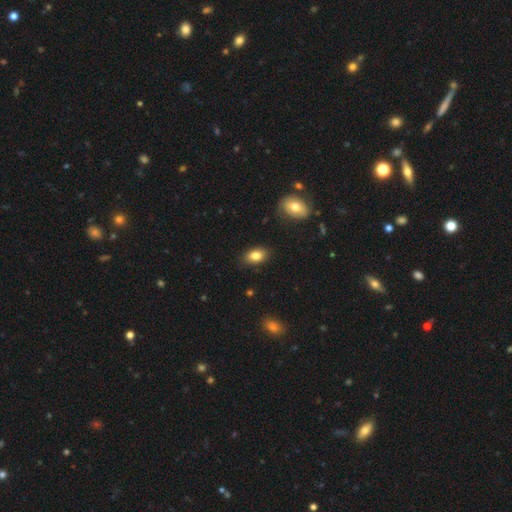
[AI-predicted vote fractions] Smooth or featured? Predicted: smooth (p=0.83). How rounded? Predicted: in between (p=0.89). Merging? Predicted: none (p=0.86).